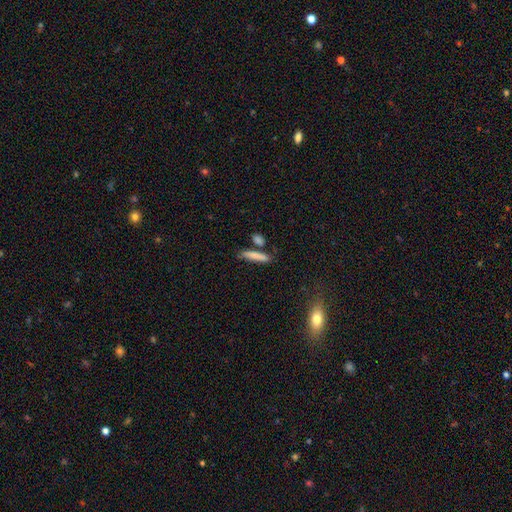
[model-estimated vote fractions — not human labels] smooth_or_featured: smooth (p=0.80) [alt: featured or disk p=0.13]
how_rounded: cigar-shaped (p=0.82) [alt: in between p=0.15]
merging: none (p=0.70) [alt: merger p=0.13]